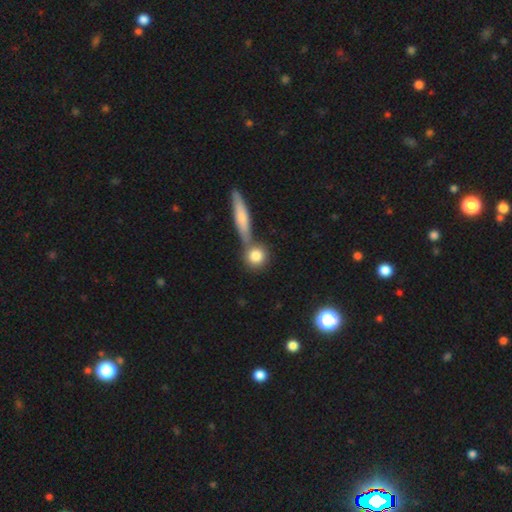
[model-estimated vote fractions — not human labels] This is likely a smooth galaxy (80%). How rounded: clearly round (83%). Merging: likely none (61%).